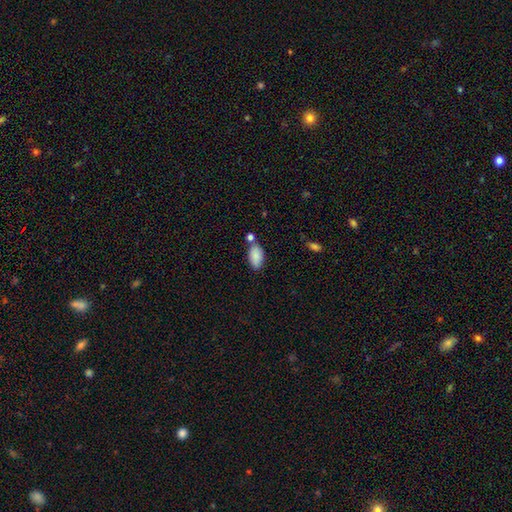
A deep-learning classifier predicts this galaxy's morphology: The model was most divided on "merging": none: 67%, minor disturbance: 15%, merger: 15%, major disturbance: 4%. More confident: how rounded — in between (94%); smooth or featured — smooth (87%).